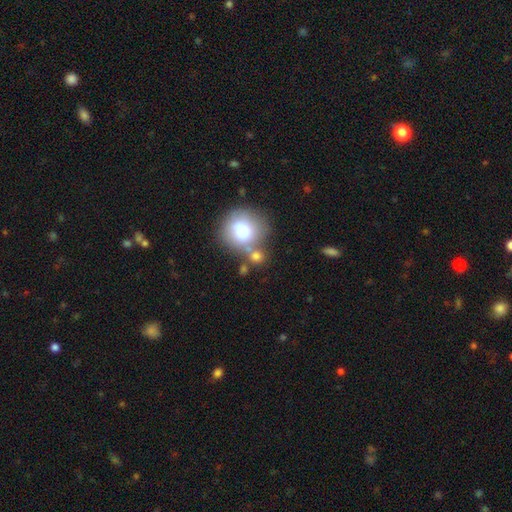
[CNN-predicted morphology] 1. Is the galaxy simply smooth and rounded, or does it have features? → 75% smooth, 14% featured or disk, 11% star or artifact.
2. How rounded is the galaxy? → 83% round, 16% in between, 1% cigar-shaped.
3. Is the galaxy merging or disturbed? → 50% none, 31% merger, 12% minor disturbance, 7% major disturbance.